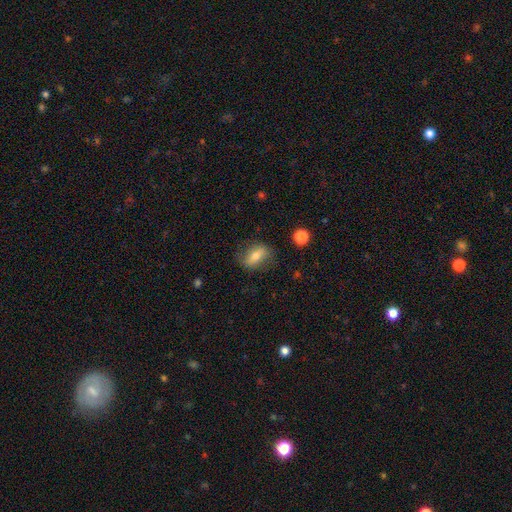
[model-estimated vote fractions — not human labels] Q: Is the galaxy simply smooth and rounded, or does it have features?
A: smooth — 56%.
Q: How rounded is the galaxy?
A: in between — 74%.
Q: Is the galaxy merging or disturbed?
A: none — 75%.